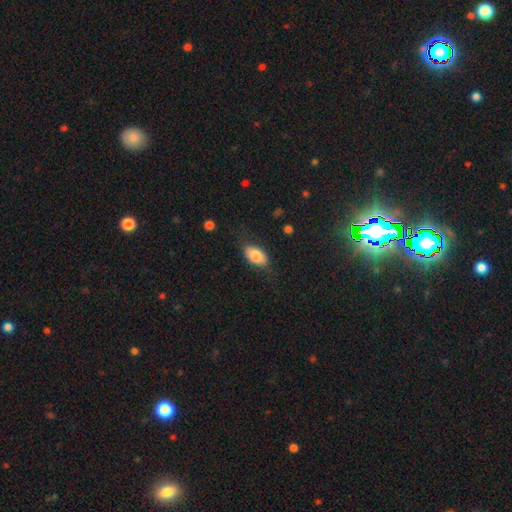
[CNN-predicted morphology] smooth_or_featured: smooth (p=0.80) [alt: featured or disk p=0.13]
how_rounded: in between (p=0.92) [alt: round p=0.05]
merging: none (p=0.73) [alt: minor disturbance p=0.19]